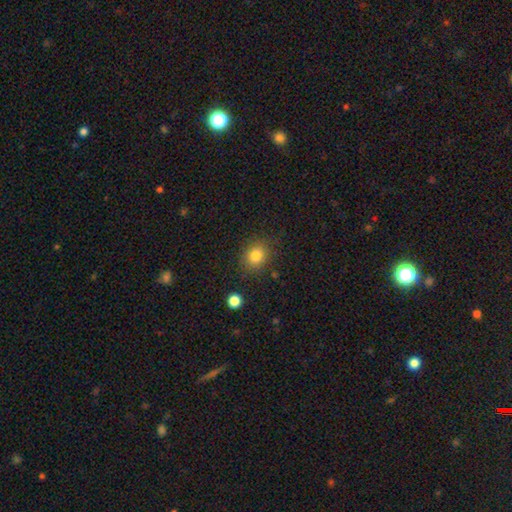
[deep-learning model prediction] This is clearly a smooth galaxy (82%). How rounded: likely round (66%). Merging: clearly none (84%).